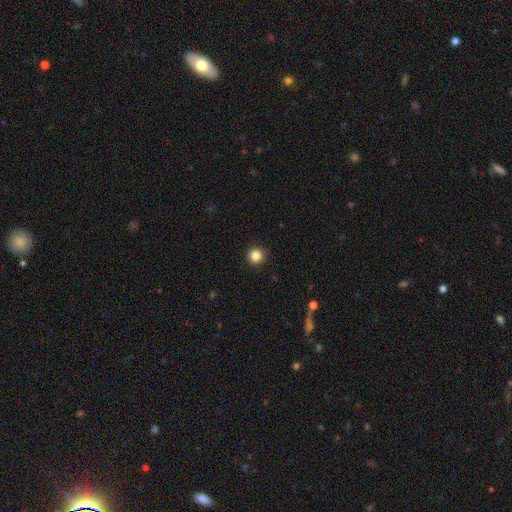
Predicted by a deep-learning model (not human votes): Smooth or featured: smooth — 85% (star or artifact — 11%)
How rounded: round — 95% (in between — 4%)
Merging: none — 92% (minor disturbance — 5%)